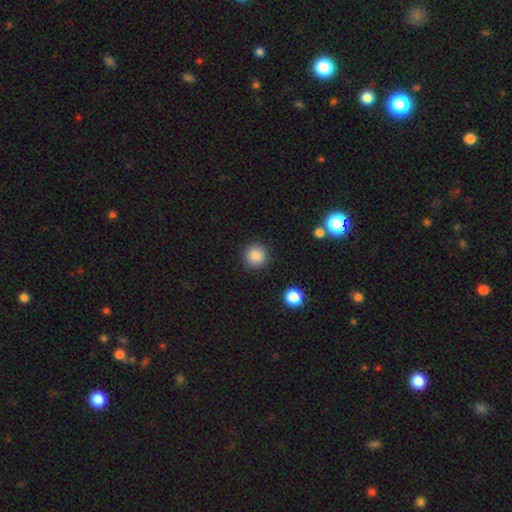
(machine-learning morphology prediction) A smooth galaxy with no disk features (86%) that is round (94%). Merging: none (90%).